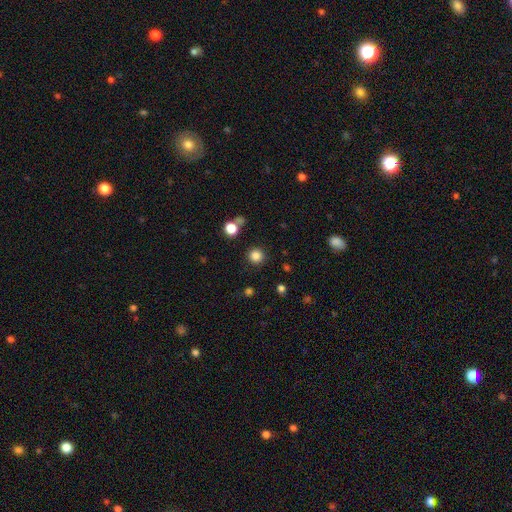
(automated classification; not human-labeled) A smooth galaxy with no disk features (84%) that is round (95%). Merging: none (88%).